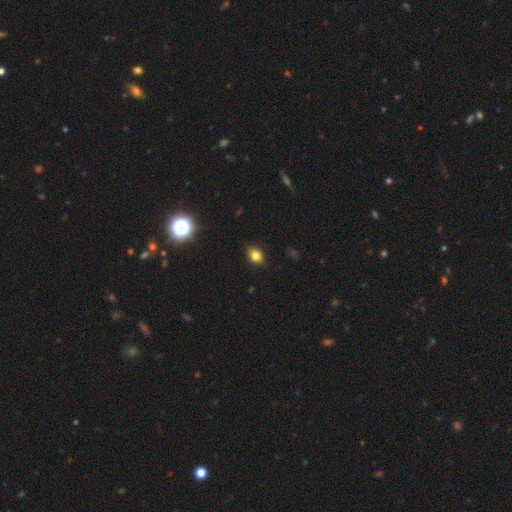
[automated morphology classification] smooth 81%, star or artifact 13%, featured or disk 7%. Down the decision tree: how rounded — in between (60%); merging — none (84%).